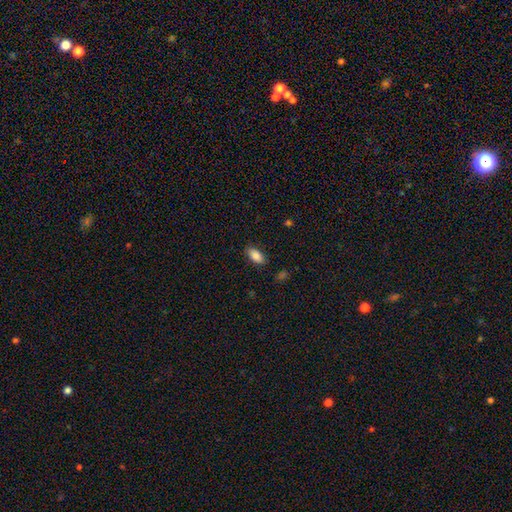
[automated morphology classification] A smooth galaxy with no disk features (86%) that is in between round and cigar-shaped (91%).

Vote fractions:
- Smooth or featured? smooth: 86% / star or artifact: 7% / featured or disk: 7%
- How rounded? in between: 91% / cigar-shaped: 6% / round: 3%
- Merging? none: 86% / minor disturbance: 10% / major disturbance: 2% / merger: 1%